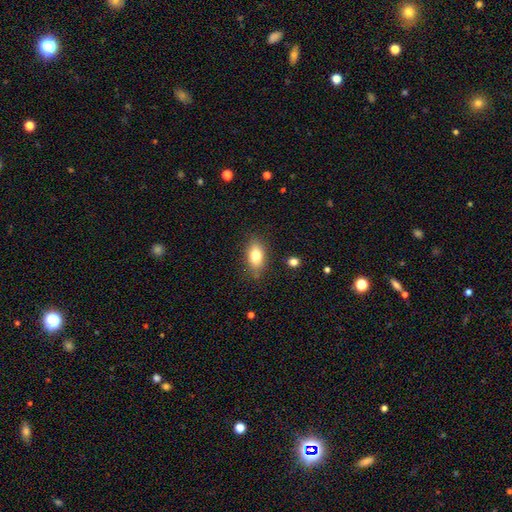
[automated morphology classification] smooth-or-featured: smooth: 79% | featured or disk: 13% | star or artifact: 8%
  how-rounded: in between: 86% | round: 8% | cigar-shaped: 6%
  merging: none: 81% | minor disturbance: 14% | major disturbance: 3% | merger: 2%